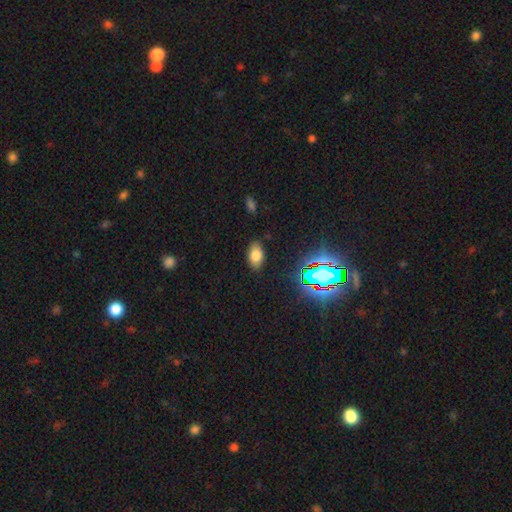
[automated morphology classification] smooth-or-featured: smooth: 74% | star or artifact: 16% | featured or disk: 10%
  how-rounded: in between: 89% | round: 9% | cigar-shaped: 2%
  merging: none: 84% | minor disturbance: 12% | major disturbance: 3% | merger: 2%